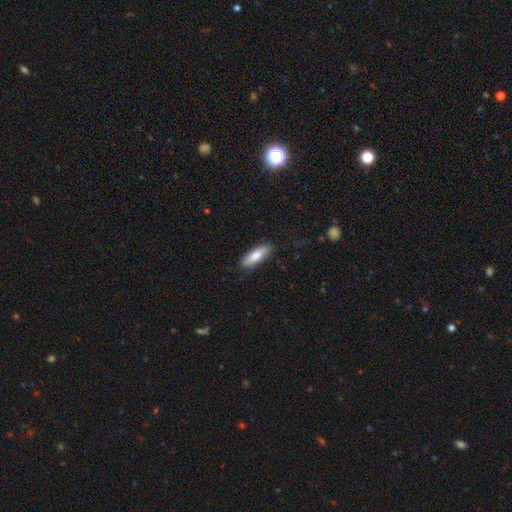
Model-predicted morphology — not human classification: Smooth or featured? Predicted: smooth (p=0.78). How rounded? Predicted: in between (p=0.52). Merging? Predicted: none (p=0.84).